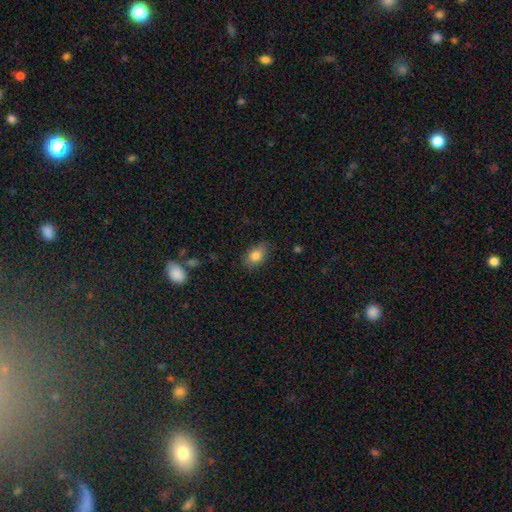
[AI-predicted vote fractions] smooth_or_featured: smooth (p=0.82) [alt: featured or disk p=0.09]
how_rounded: in between (p=0.79) [alt: round p=0.19]
merging: none (p=0.81) [alt: minor disturbance p=0.15]